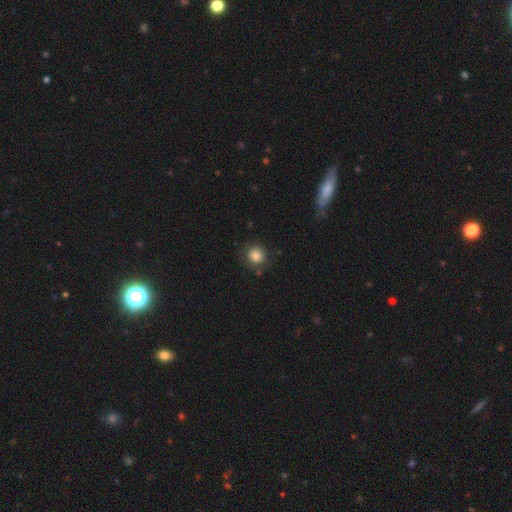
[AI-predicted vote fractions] Overall: smooth (81%). How rounded: round (86%). Merging: none (80%).